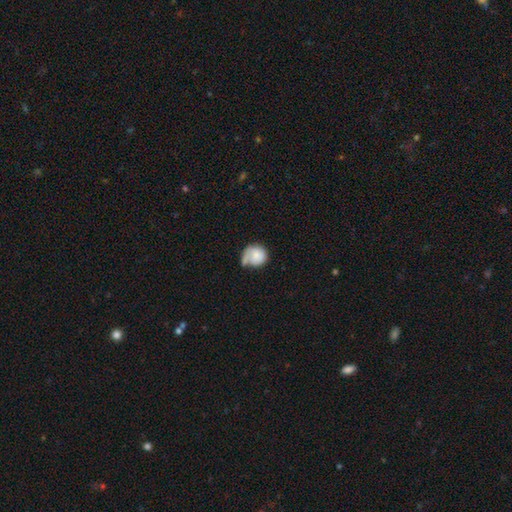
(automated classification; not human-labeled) Morphology: type=smooth (69%); roundness=round (80%); merging=none (40%).